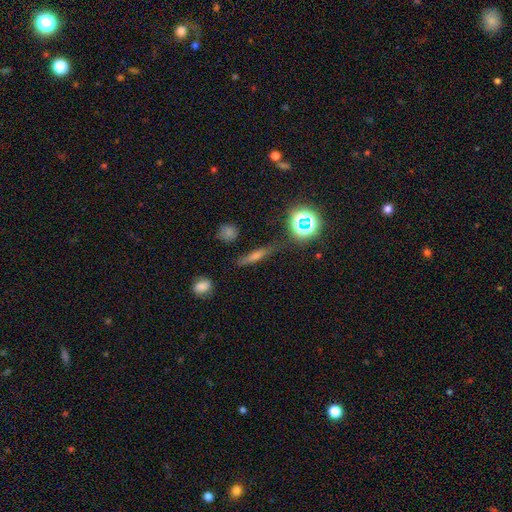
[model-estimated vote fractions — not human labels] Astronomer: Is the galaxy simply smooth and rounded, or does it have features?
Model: smooth — 48% (runner-up: featured or disk, 29%).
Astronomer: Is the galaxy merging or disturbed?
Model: none — 83%.